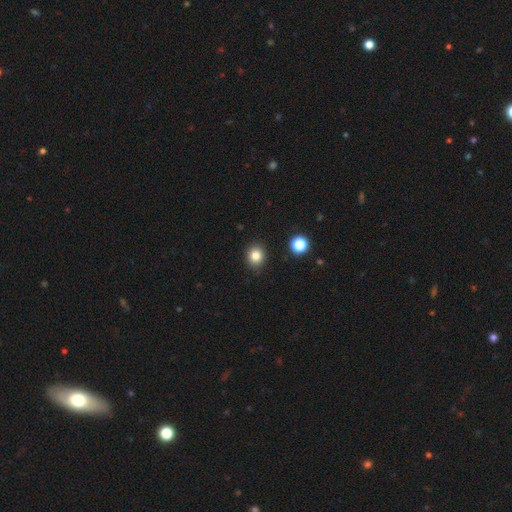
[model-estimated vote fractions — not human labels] This is clearly a smooth galaxy (83%). How rounded: likely round (75%). Merging: clearly none (89%).